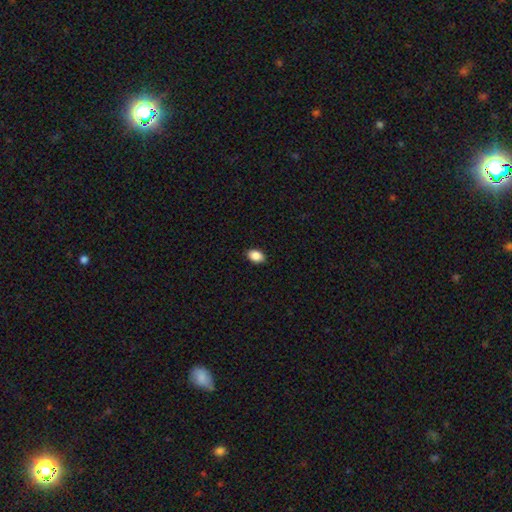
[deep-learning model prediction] Smooth or featured: smooth — 89% (star or artifact — 8%)
How rounded: in between — 87% (round — 12%)
Merging: none — 89% (minor disturbance — 8%)